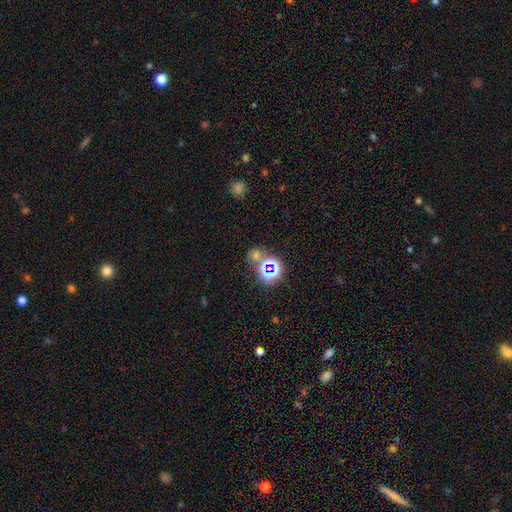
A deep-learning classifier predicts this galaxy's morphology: star or artifact 62%, smooth 28%, featured or disk 9%.